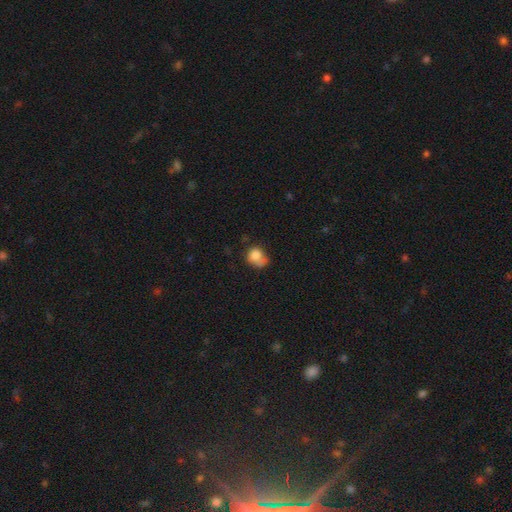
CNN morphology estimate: smooth 79%, featured or disk 12%, star or artifact 10%. Down the decision tree: how rounded — round (69%); merging — none (37%).